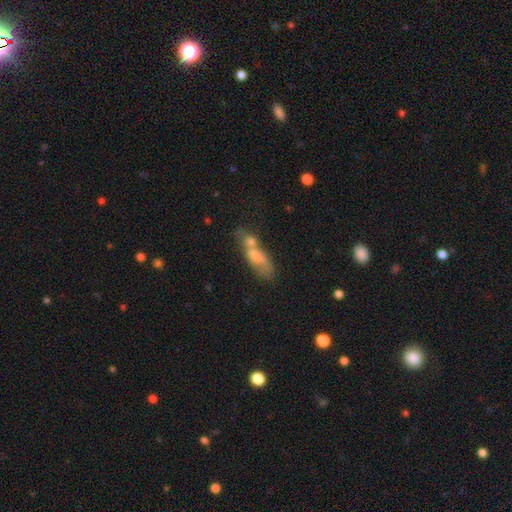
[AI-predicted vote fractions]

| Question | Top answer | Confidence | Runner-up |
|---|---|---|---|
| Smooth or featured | smooth | 62% | featured or disk (26%) |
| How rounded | in between | 55% | cigar-shaped (41%) |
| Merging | merger | 35% | none (32%) |